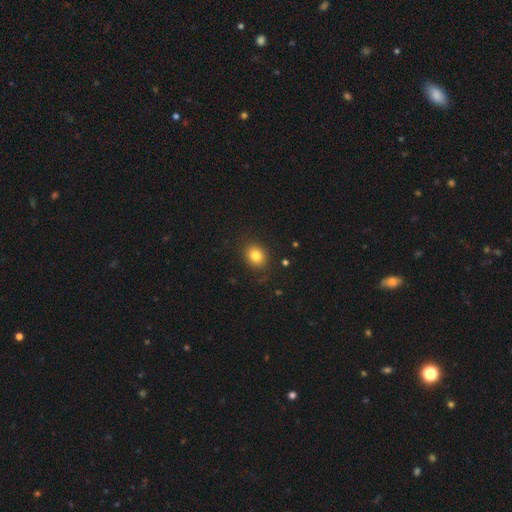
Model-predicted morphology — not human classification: Smooth or featured? Predicted: smooth (p=0.82). How rounded? Predicted: round (p=0.62). Merging? Predicted: none (p=0.84).